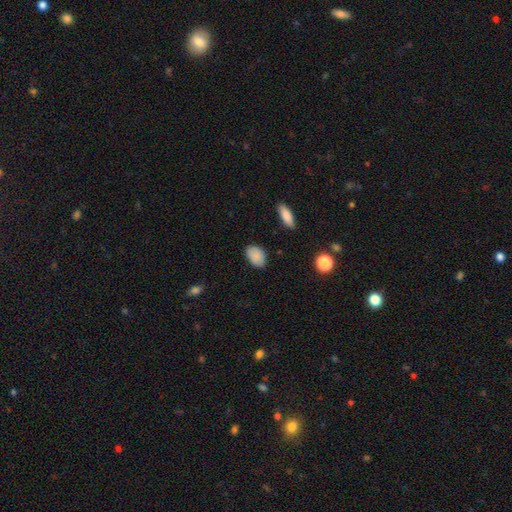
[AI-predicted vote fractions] smooth_or_featured: smooth (p=0.87) [alt: star or artifact p=0.08]
how_rounded: in between (p=0.88) [alt: round p=0.11]
merging: none (p=0.83) [alt: minor disturbance p=0.13]